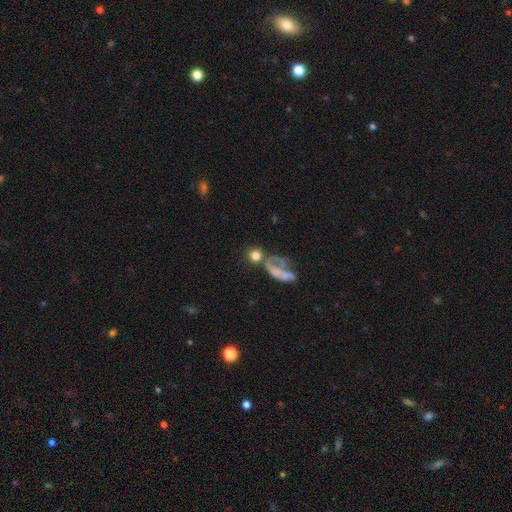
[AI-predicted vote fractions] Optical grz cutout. It shows a smooth galaxy with no disk features (67%) that is round (77%). Merging: none (40%).